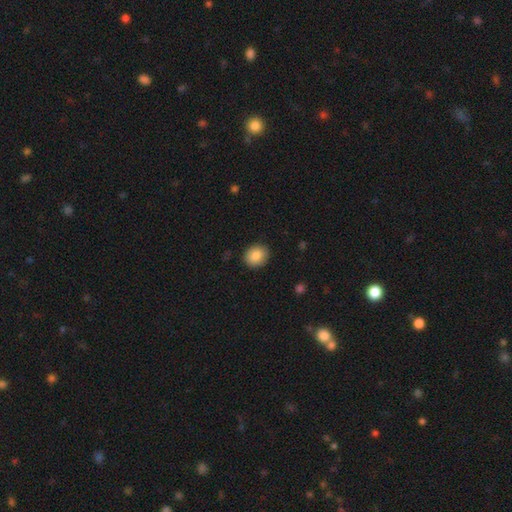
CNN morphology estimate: Smooth or featured: smooth — 87% (star or artifact — 8%)
How rounded: round — 62% (in between — 37%)
Merging: none — 89% (minor disturbance — 8%)